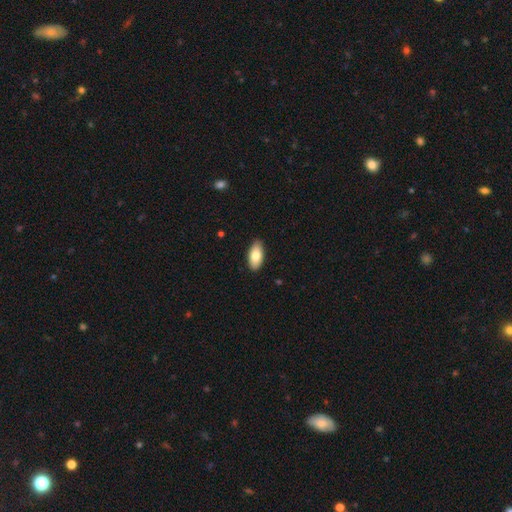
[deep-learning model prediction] Morphology: type=smooth (80%); roundness=in between (92%); merging=none (87%).